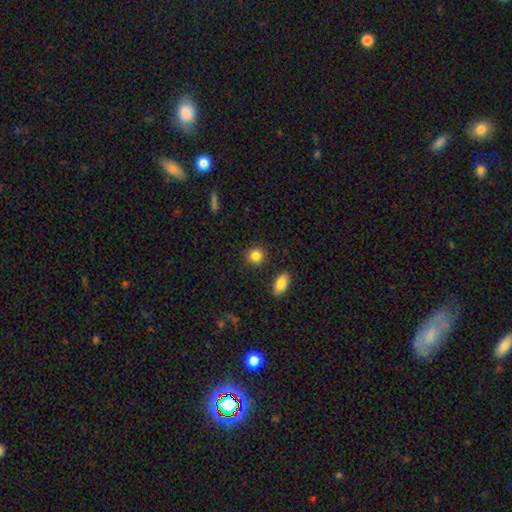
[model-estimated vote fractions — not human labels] The model was most divided on "how rounded": round: 84%, in between: 15%, cigar-shaped: 1%. More confident: merging — none (89%); smooth or featured — smooth (86%).